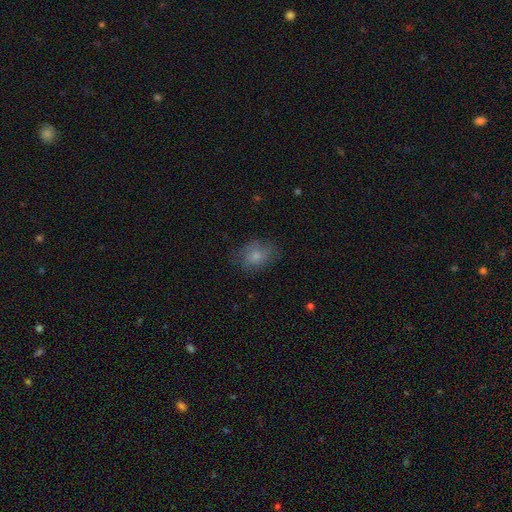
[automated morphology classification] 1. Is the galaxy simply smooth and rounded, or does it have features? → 74% smooth, 17% featured or disk, 9% star or artifact.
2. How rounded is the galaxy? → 59% in between, 39% round, 1% cigar-shaped.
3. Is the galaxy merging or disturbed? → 68% none, 22% minor disturbance, 9% major disturbance, 1% merger.